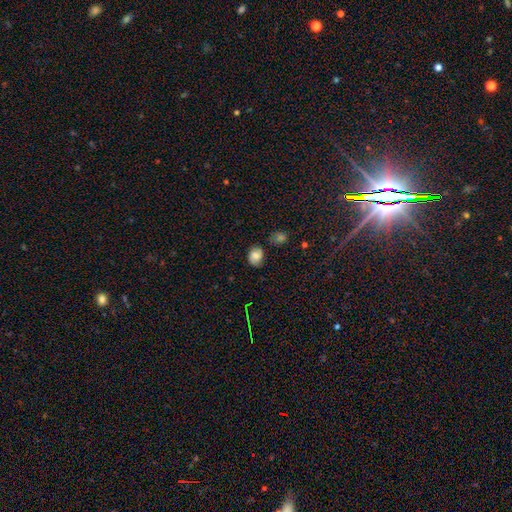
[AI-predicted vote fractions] A smooth galaxy with no disk features (75%) that is in between round and cigar-shaped (55%). Merging: none (66%).